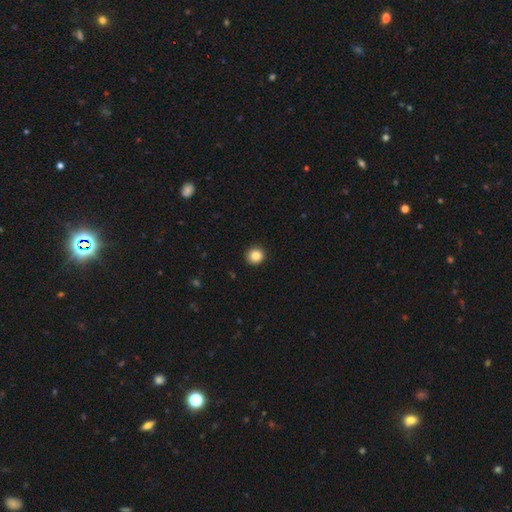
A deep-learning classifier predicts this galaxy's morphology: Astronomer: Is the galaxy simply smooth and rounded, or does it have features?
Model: smooth — 88%.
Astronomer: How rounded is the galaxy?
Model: round — 94%.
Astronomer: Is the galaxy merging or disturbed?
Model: none — 92%.